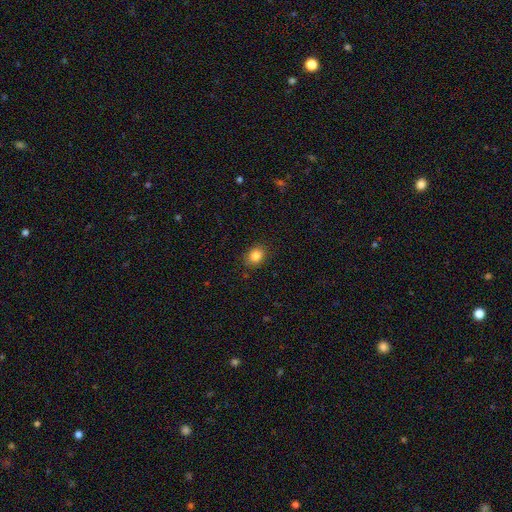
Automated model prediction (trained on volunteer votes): smooth_or_featured: smooth (p=0.84) [alt: star or artifact p=0.10]
how_rounded: in between (p=0.54) [alt: round p=0.45]
merging: none (p=0.87) [alt: minor disturbance p=0.09]